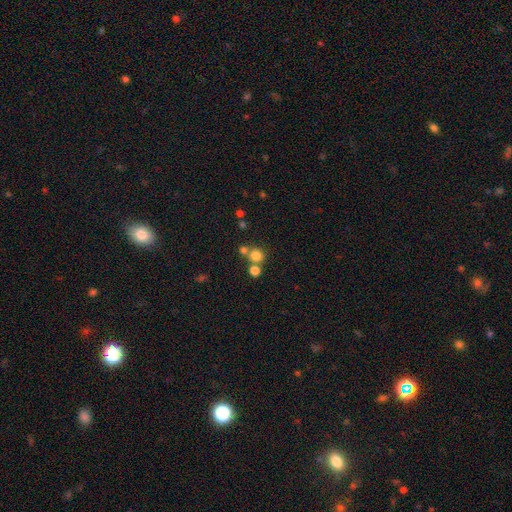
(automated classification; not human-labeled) smooth 76%, star or artifact 16%, featured or disk 8%. Down the decision tree: how rounded — round (89%); merging — none (60%).